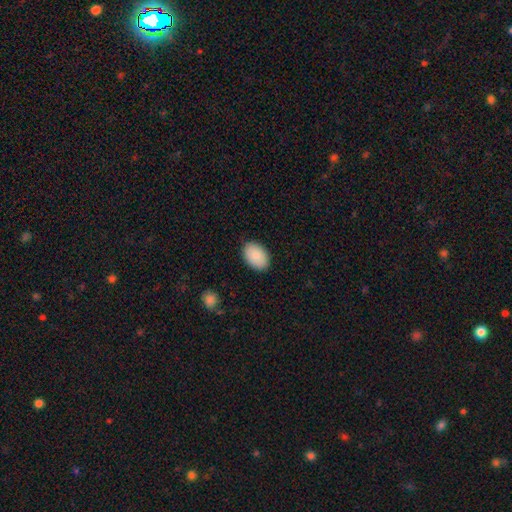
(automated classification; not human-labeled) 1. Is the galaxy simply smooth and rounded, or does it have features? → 87% smooth, 7% featured or disk, 6% star or artifact.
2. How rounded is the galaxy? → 89% in between, 10% round, 1% cigar-shaped.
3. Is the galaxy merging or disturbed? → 88% none, 9% minor disturbance, 2% major disturbance, 1% merger.